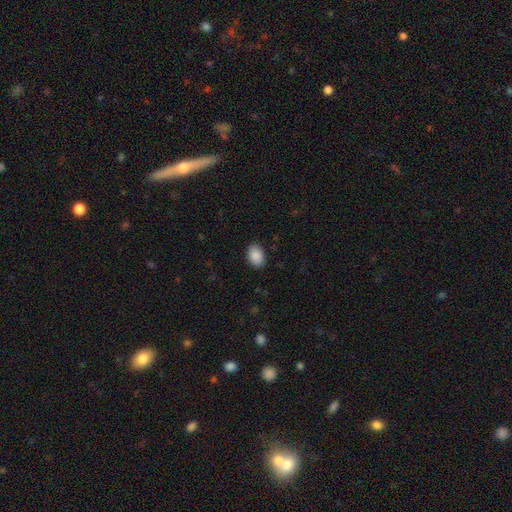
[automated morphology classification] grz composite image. It shows a smooth galaxy with no disk features (90%) that is in between round and cigar-shaped (82%). Merging: none (87%).